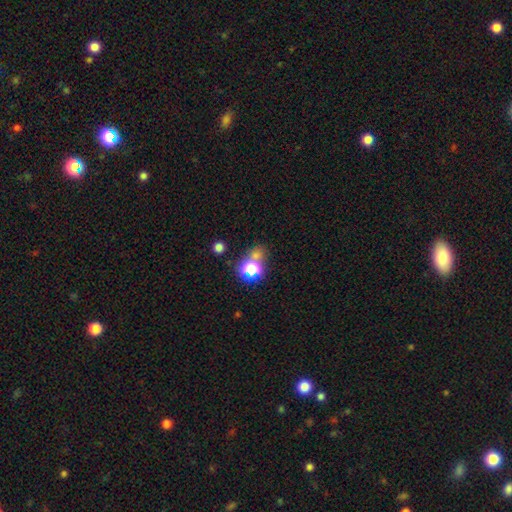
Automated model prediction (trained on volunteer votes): smooth 60%, star or artifact 30%, featured or disk 10%. Down the decision tree: how rounded — round (71%); merging — none (53%).